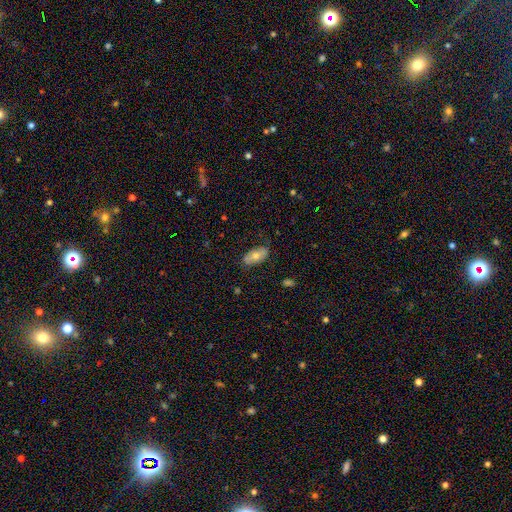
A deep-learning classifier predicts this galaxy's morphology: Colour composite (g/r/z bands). It shows a smooth galaxy with no disk features (61%) that is in between round and cigar-shaped (90%). Merging: none (76%).